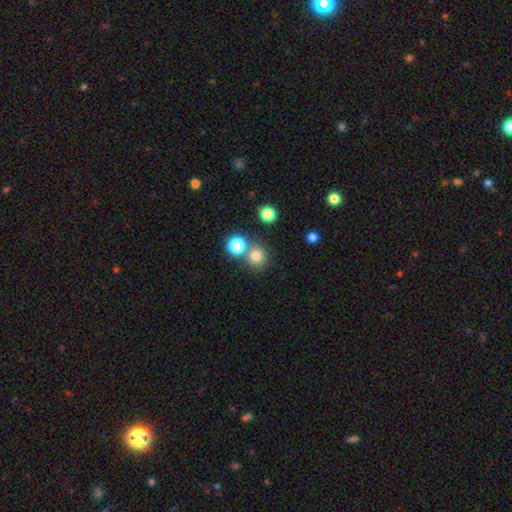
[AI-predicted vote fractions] Morphology: type=smooth (76%); roundness=round (89%); merging=none (69%).